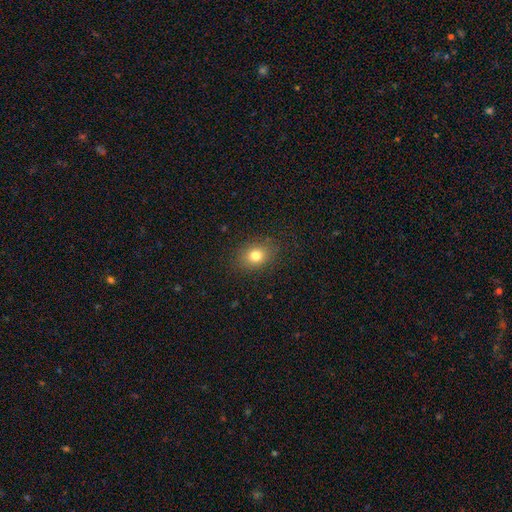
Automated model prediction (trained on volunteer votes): A smooth galaxy with no disk features (79%) that is in between round and cigar-shaped (52%). Merging: none (86%).